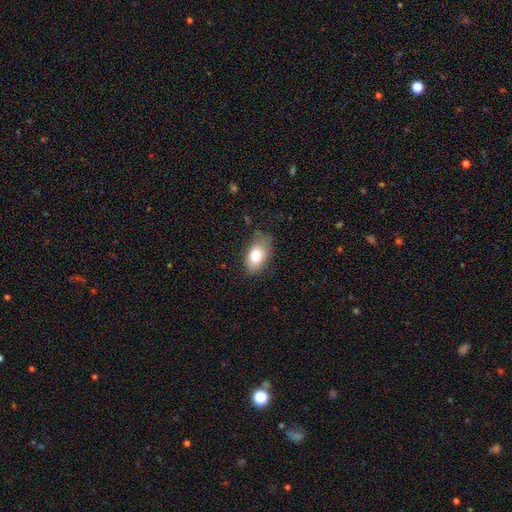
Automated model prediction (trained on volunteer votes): Q: Smooth or featured?
A: smooth (81%); runner-up: featured or disk (11%)
Q: How rounded?
A: in between (91%); runner-up: round (7%)
Q: Merging?
A: none (68%); runner-up: minor disturbance (25%)